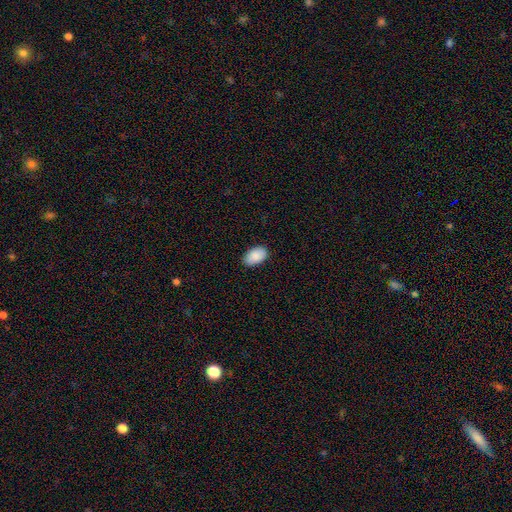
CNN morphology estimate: A smooth galaxy with no disk features (89%) that is in between round and cigar-shaped (93%).

Vote fractions:
- Smooth or featured? smooth: 89% / star or artifact: 6% / featured or disk: 4%
- How rounded? in between: 93% / round: 6% / cigar-shaped: 1%
- Merging? none: 85% / minor disturbance: 12% / major disturbance: 2% / merger: 1%